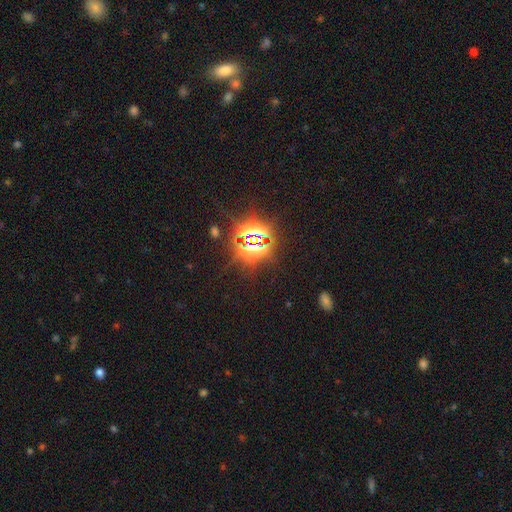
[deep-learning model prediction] A star or artifact, not a galaxy (78%).